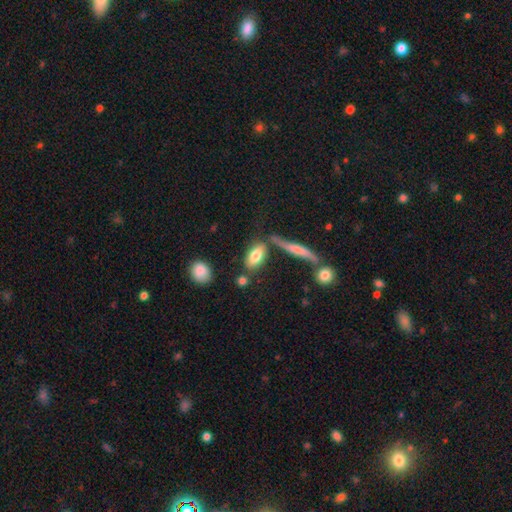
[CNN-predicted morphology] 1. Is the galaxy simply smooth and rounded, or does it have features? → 76% smooth, 17% featured or disk, 7% star or artifact.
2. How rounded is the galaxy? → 83% in between, 13% cigar-shaped, 4% round.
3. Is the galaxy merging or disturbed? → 63% none, 16% merger, 15% minor disturbance, 6% major disturbance.